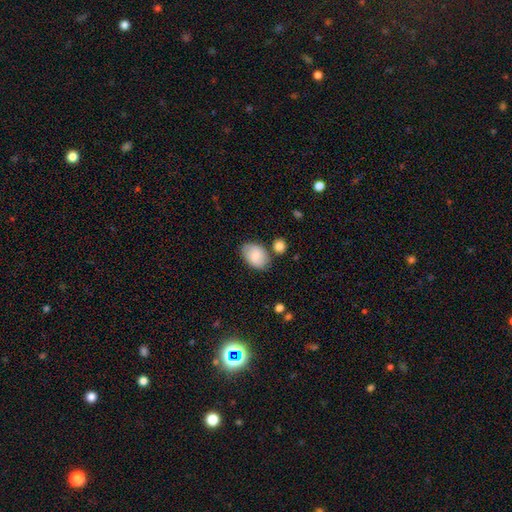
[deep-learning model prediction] smooth_or_featured: smooth (p=0.75) [alt: featured or disk p=0.18]
how_rounded: in between (p=0.84) [alt: round p=0.15]
merging: none (p=0.70) [alt: minor disturbance p=0.18]